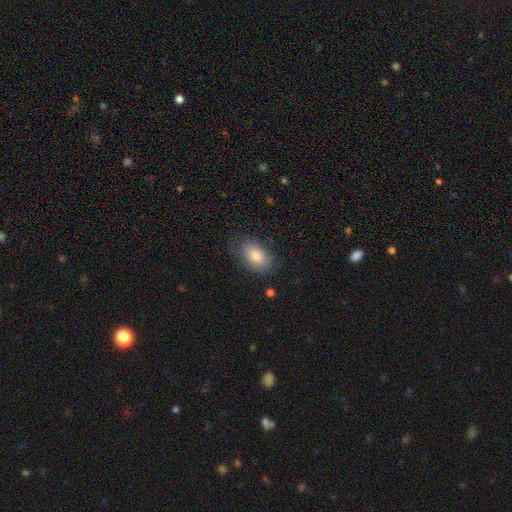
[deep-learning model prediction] Smooth or featured?
  - smooth: 81% *
  - featured or disk: 11%
  - star or artifact: 8%
How rounded?
  - in between: 89% *
  - round: 10%
  - cigar-shaped: 1%
Merging?
  - none: 74% *
  - minor disturbance: 19%
  - major disturbance: 6%
  - merger: 1%